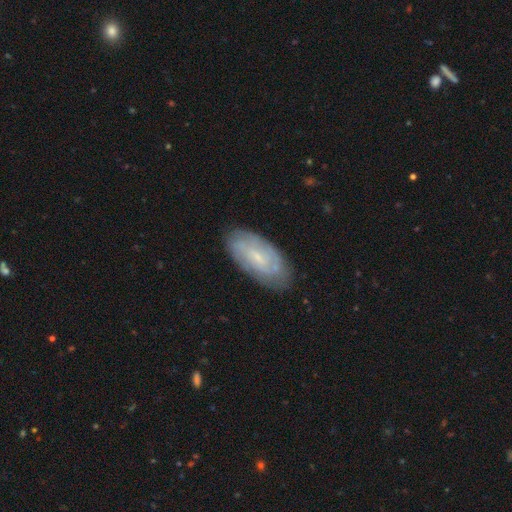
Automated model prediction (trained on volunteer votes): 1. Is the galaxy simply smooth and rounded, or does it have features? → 56% featured or disk, 33% smooth, 11% star or artifact.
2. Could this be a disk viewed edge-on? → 90% no, 10% yes.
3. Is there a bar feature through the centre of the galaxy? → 51% no, 40% weak, 10% strong.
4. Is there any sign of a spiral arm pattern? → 79% yes, 21% no.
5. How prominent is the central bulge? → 62% small, 27% moderate, 7% none, 2% large, 1% dominant.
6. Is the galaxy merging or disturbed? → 83% none, 12% minor disturbance, 3% major disturbance, 1% merger.